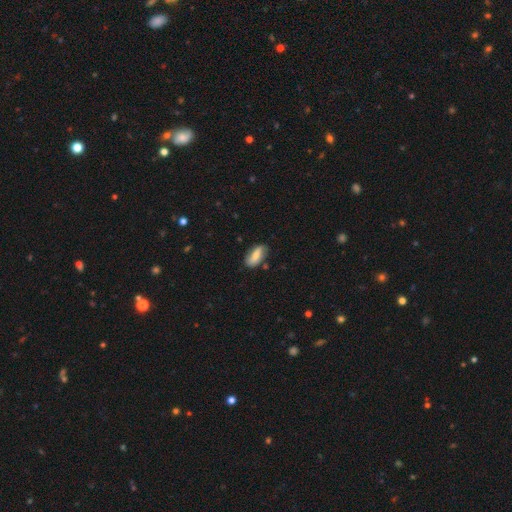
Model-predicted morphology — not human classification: Smooth or featured?
  - smooth: 63% *
  - featured or disk: 29%
  - star or artifact: 8%
How rounded?
  - in between: 85% *
  - cigar-shaped: 11%
  - round: 3%
Merging?
  - none: 68% *
  - minor disturbance: 24%
  - major disturbance: 5%
  - merger: 3%